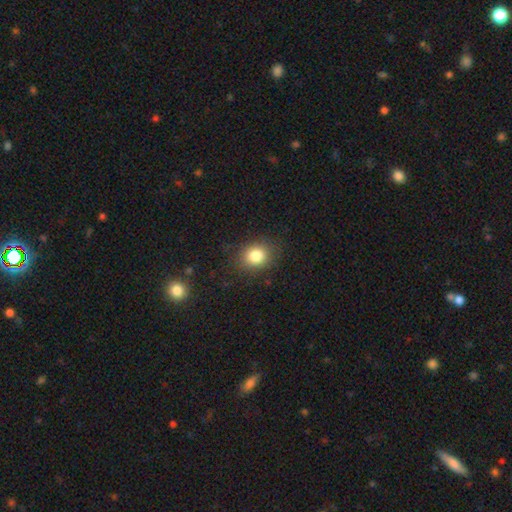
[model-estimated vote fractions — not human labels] A smooth galaxy with no disk features (83%) that is round (63%).

Vote fractions:
- Smooth or featured? smooth: 83% / star or artifact: 10% / featured or disk: 7%
- How rounded? round: 63% / in between: 36% / cigar-shaped: 1%
- Merging? none: 84% / minor disturbance: 11% / major disturbance: 4% / merger: 1%